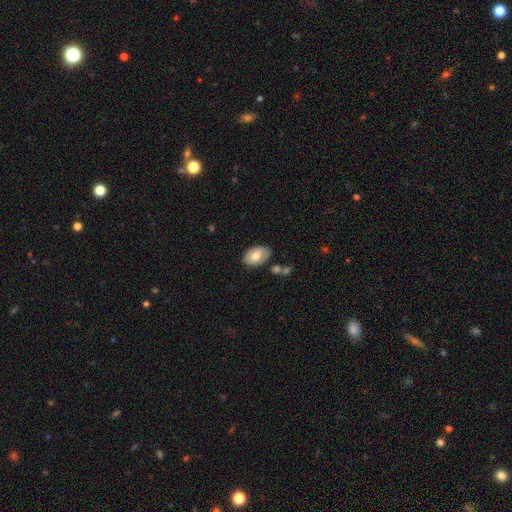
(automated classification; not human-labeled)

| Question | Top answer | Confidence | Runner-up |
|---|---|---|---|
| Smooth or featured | smooth | 66% | featured or disk (27%) |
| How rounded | in between | 90% | round (9%) |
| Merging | none | 76% | minor disturbance (16%) |